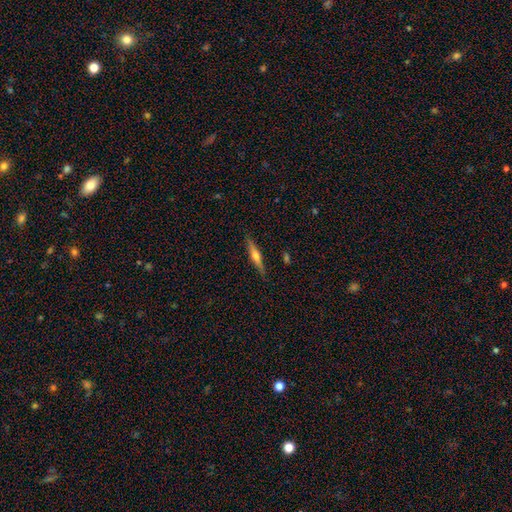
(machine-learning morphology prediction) Smooth or featured? Predicted: featured or disk (p=0.60). Edge-on disk? Predicted: yes (p=0.97). Edge-on bulge? Predicted: rounded (p=0.88). Merging? Predicted: none (p=0.89).